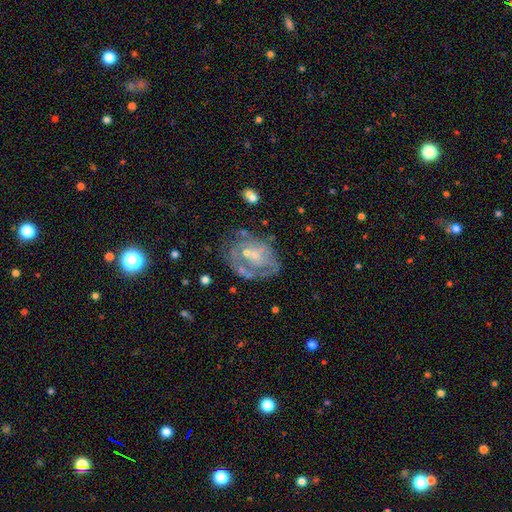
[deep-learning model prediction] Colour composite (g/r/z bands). It shows a featured or disk galaxy (72%) with no bar (76%), spiral arms (53%) and a small central bulge (59%). Merging: none (46%).